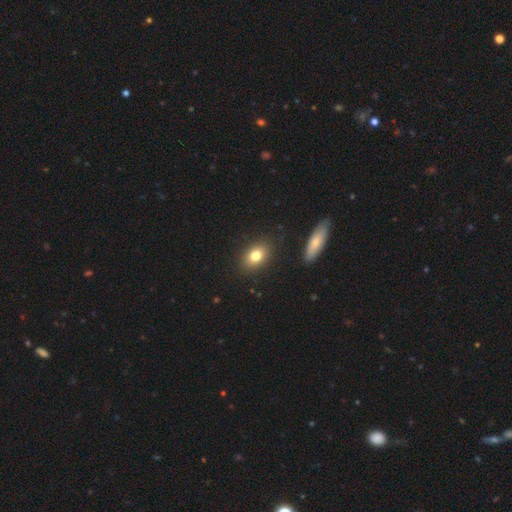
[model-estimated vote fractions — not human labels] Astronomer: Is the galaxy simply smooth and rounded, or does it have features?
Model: smooth — 79%.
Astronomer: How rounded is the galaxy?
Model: in between — 76%.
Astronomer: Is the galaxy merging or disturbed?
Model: none — 86%.